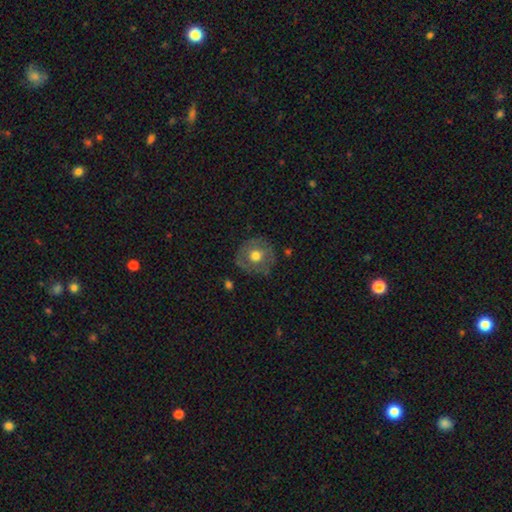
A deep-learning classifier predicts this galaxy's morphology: type=smooth (57%); roundness=round (91%); merging=none (79%).